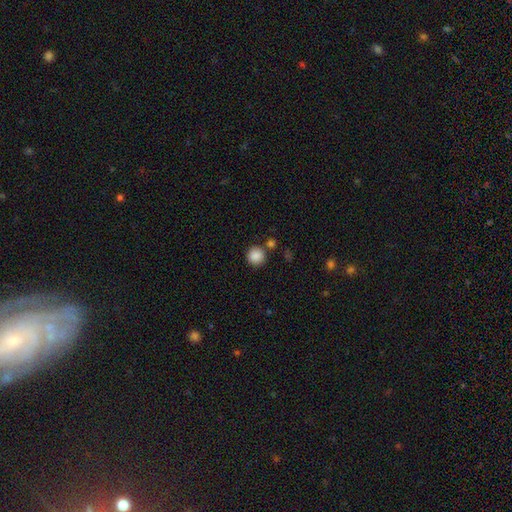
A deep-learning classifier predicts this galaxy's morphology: type=smooth (88%); roundness=round (94%); merging=none (81%).